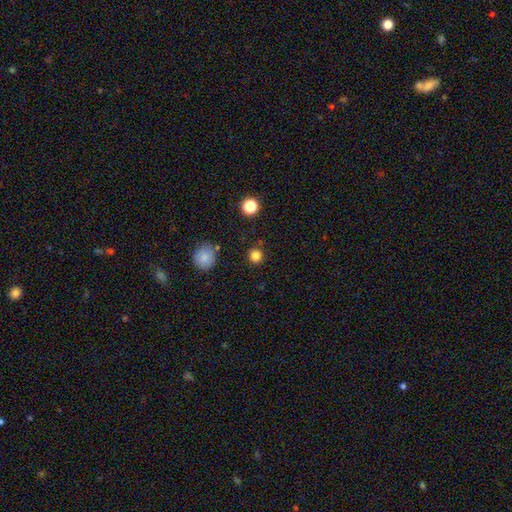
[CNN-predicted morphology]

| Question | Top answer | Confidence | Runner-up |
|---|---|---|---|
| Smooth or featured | smooth | 82% | star or artifact (13%) |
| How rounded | round | 94% | in between (5%) |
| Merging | none | 88% | minor disturbance (7%) |